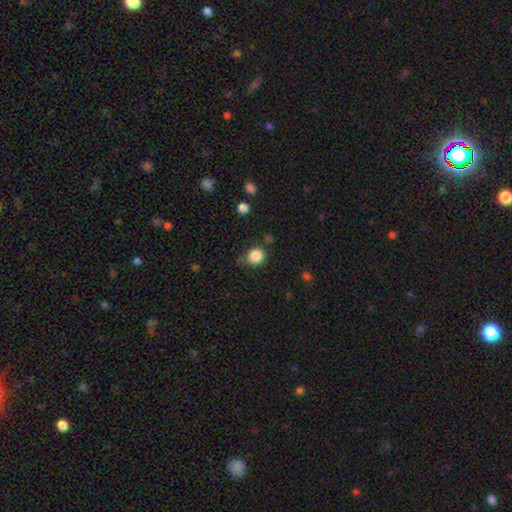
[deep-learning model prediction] This is clearly a smooth galaxy (85%). How rounded: clearly round (81%). Merging: likely none (70%).